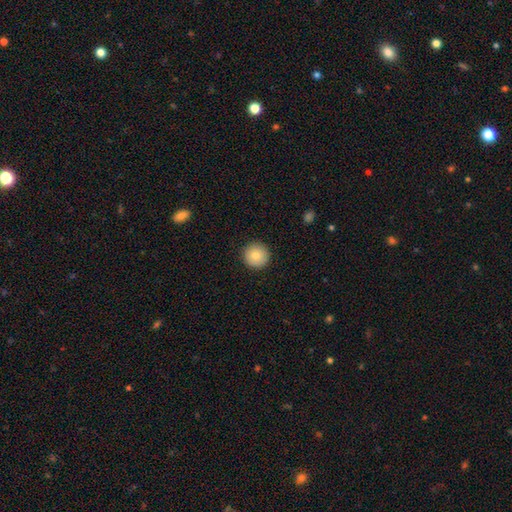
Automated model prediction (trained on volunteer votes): A smooth galaxy with no disk features (83%) that is round (96%). Merging: none (92%).